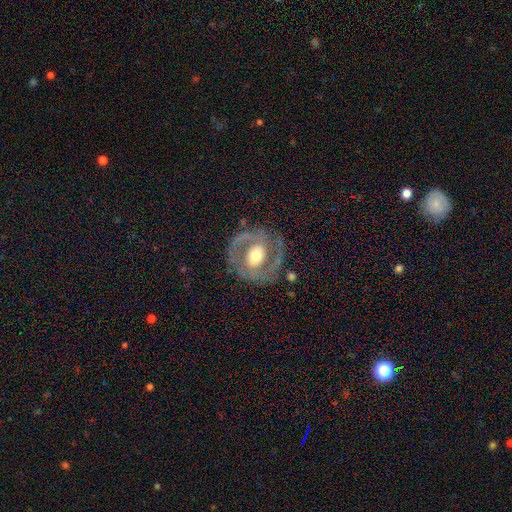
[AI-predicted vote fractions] Smooth or featured? featured or disk (79%)
Edge-on disk? no (97%)
Bar? no (43%)
Spiral arms? yes (74%)
Spiral winding? medium (45%)
Spiral arm count? 2 (83%)
Bulge size? moderate (63%)
Merging? none (79%)